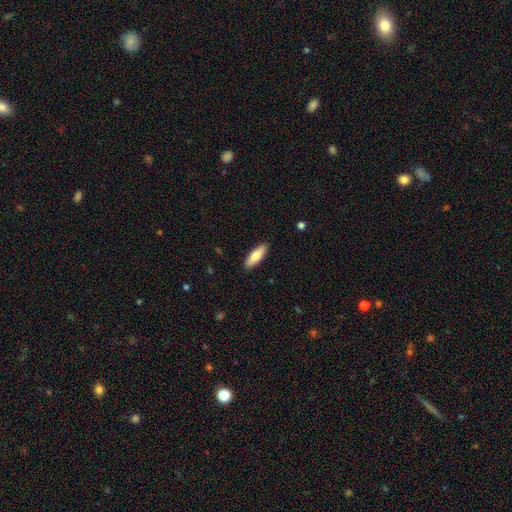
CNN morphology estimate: Smooth or featured? Predicted: smooth (p=0.80). How rounded? Predicted: in between (p=0.52). Merging? Predicted: none (p=0.90).